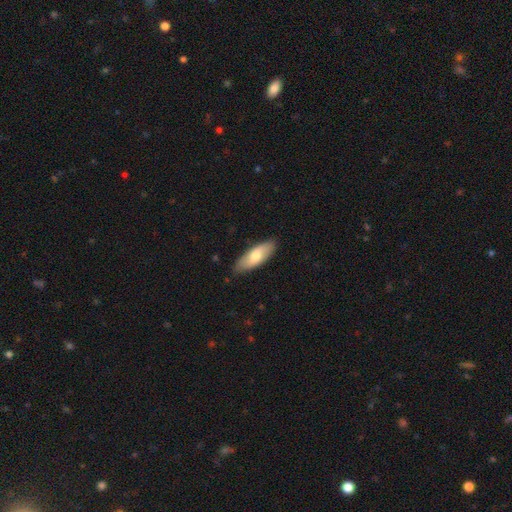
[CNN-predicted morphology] The model was most divided on "smooth or featured": smooth: 68%, featured or disk: 26%, star or artifact: 5%. More confident: merging — none (85%); how rounded — in between (71%).